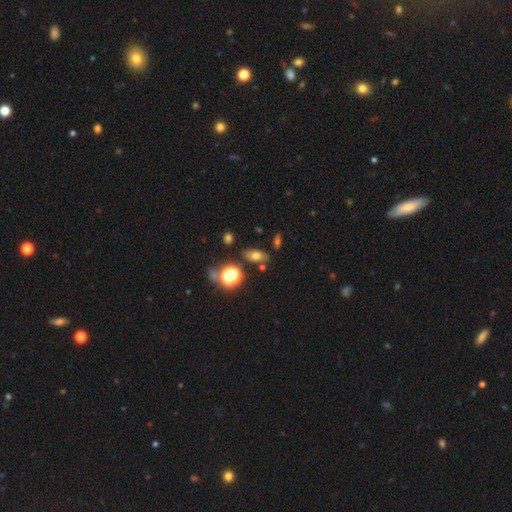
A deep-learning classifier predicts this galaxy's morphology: Q: Smooth or featured?
A: smooth (65%); runner-up: star or artifact (18%)
Q: How rounded?
A: in between (77%); runner-up: round (14%)
Q: Merging?
A: none (77%); runner-up: minor disturbance (14%)